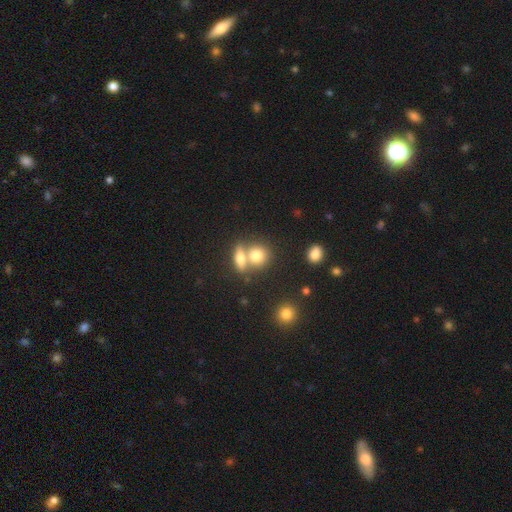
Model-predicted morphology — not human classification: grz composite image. It shows a smooth galaxy with no disk features (76%) that is round (60%). Merging: merger (50%).